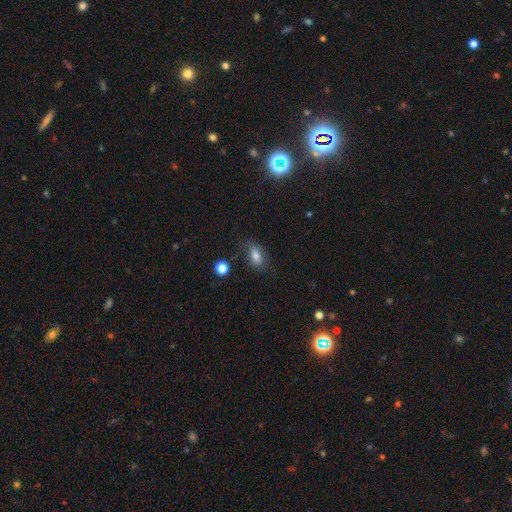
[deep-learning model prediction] The model was most divided on "merging": none: 70%, minor disturbance: 20%, major disturbance: 7%, merger: 3%. More confident: how rounded — in between (84%); smooth or featured — smooth (80%).